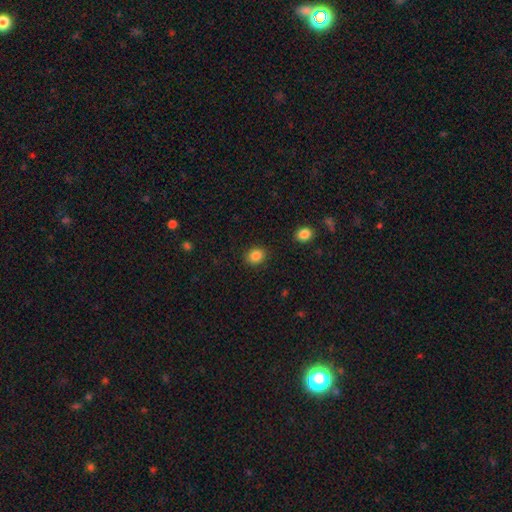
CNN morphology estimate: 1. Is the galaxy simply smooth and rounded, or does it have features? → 86% smooth, 10% star or artifact, 4% featured or disk.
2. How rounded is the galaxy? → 65% round, 34% in between, 1% cigar-shaped.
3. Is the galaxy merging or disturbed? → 89% none, 7% minor disturbance, 2% major disturbance, 1% merger.